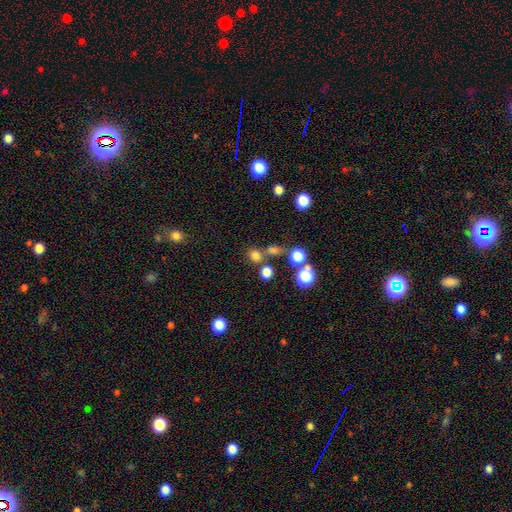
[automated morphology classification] This appears to be a smooth galaxy with no disk features (72%) that is round (77%). Merging: none (63%).